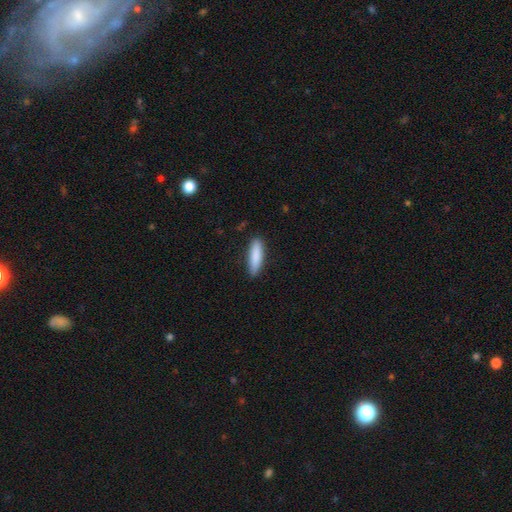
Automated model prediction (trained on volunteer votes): smooth-or-featured: smooth: 86% | featured or disk: 9% | star or artifact: 6%
  how-rounded: cigar-shaped: 72% | in between: 27% | round: 1%
  merging: none: 86% | minor disturbance: 11% | major disturbance: 2% | merger: 1%